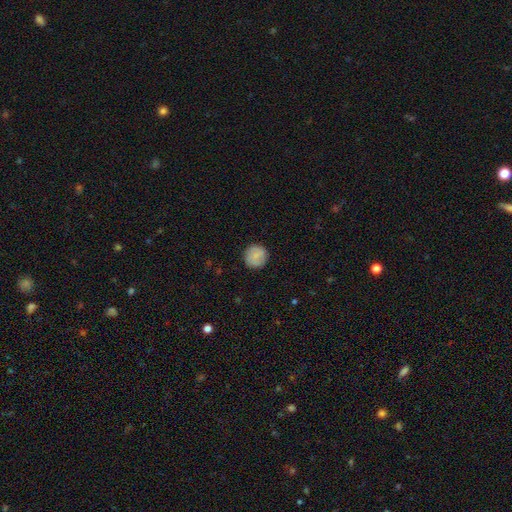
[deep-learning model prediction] Smooth or featured?
  - smooth: 82% *
  - featured or disk: 12%
  - star or artifact: 7%
How rounded?
  - round: 94% *
  - in between: 5%
  - cigar-shaped: 1%
Merging?
  - none: 89% *
  - minor disturbance: 8%
  - major disturbance: 2%
  - merger: 1%